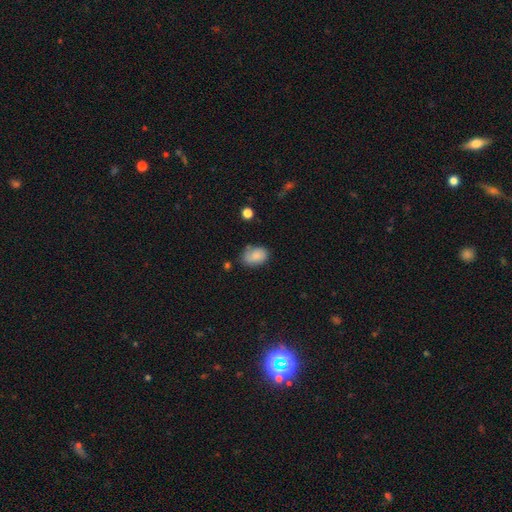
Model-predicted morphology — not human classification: A smooth galaxy with no disk features (80%) that is in between round and cigar-shaped (84%). Merging: none (64%).